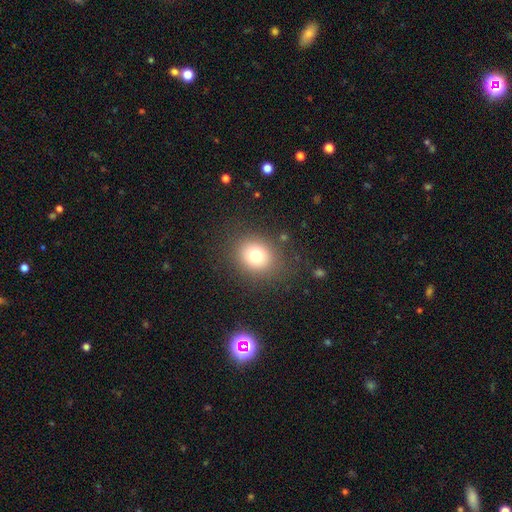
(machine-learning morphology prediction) This is likely a smooth galaxy (75%). How rounded: likely round (72%). Merging: clearly none (85%).